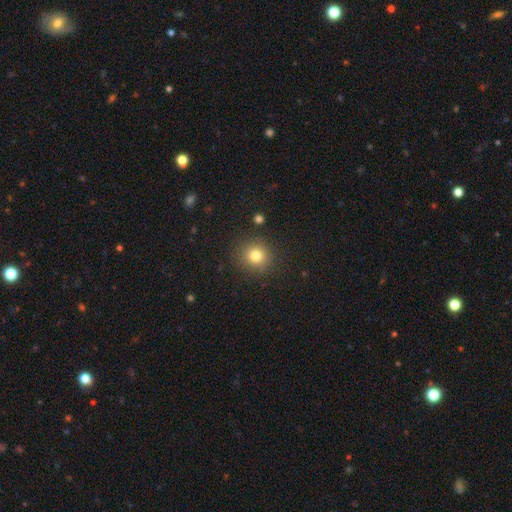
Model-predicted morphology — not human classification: Smooth or featured: smooth — 79% (star or artifact — 13%)
How rounded: round — 90% (in between — 9%)
Merging: none — 88% (minor disturbance — 7%)